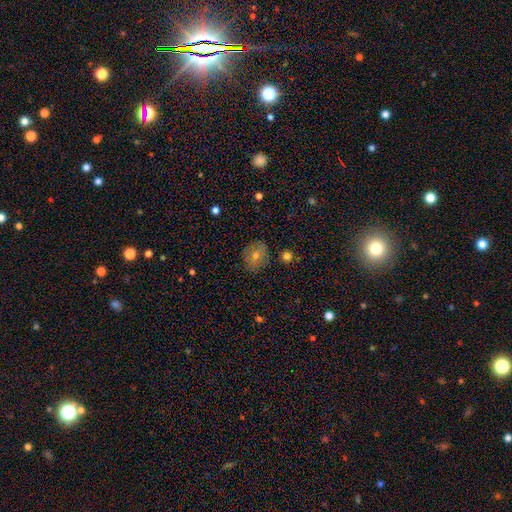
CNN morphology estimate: Q: Smooth or featured?
A: smooth (49%); runner-up: featured or disk (30%)
Q: Merging?
A: none (83%); runner-up: minor disturbance (12%)